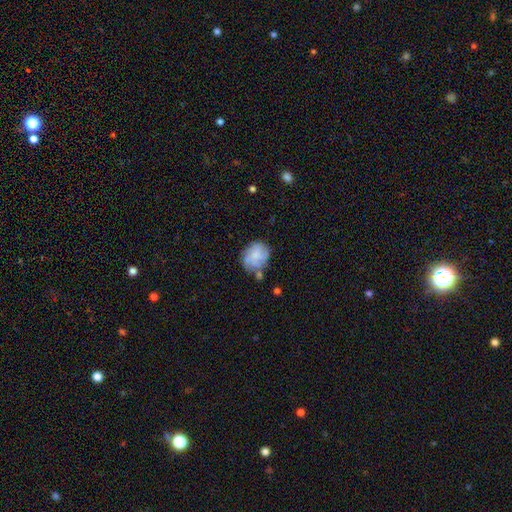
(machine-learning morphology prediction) This is possibly a smooth galaxy (49%). Merging: possibly none (57%).